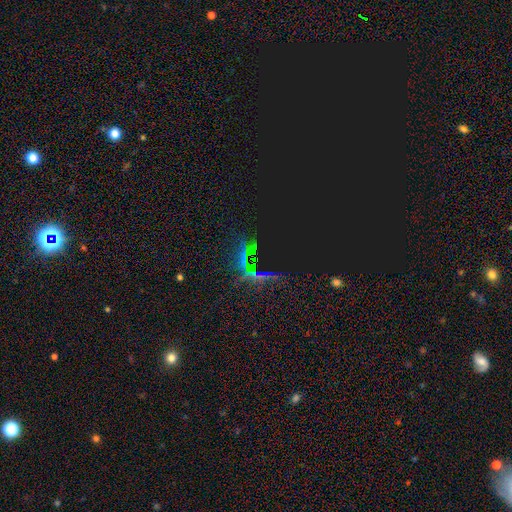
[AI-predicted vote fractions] star or artifact 80%, smooth 13%, featured or disk 8%.